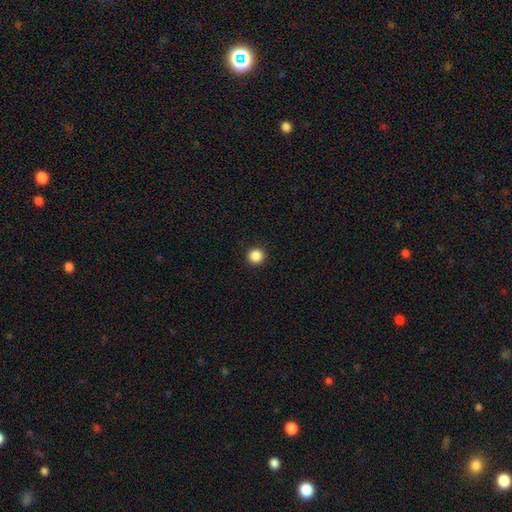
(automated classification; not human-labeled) A smooth galaxy with no disk features (87%) that is round (96%). Merging: none (93%).